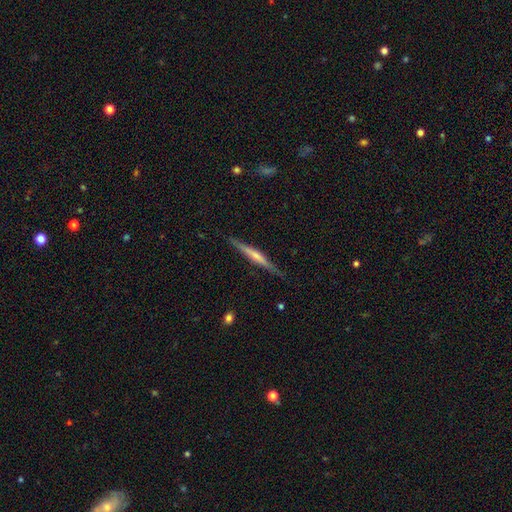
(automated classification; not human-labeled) Q: Smooth or featured?
A: featured or disk (62%); runner-up: smooth (32%)
Q: Edge-on disk?
A: yes (97%); runner-up: no (3%)
Q: Edge-on bulge?
A: none (45%); runner-up: rounded (40%)
Q: Merging?
A: none (87%); runner-up: minor disturbance (10%)